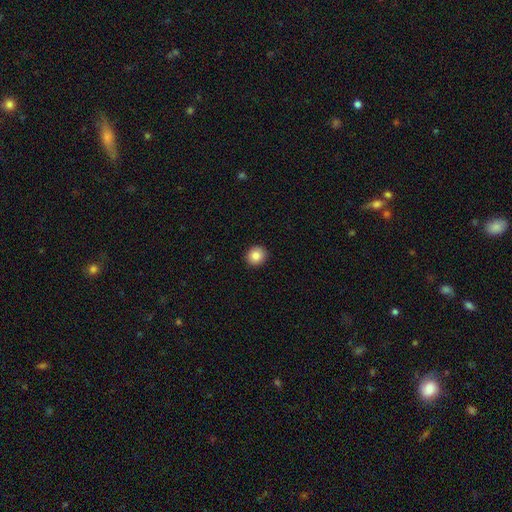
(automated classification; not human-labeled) smooth 84%, star or artifact 9%, featured or disk 7%. Down the decision tree: how rounded — round (86%); merging — none (93%).